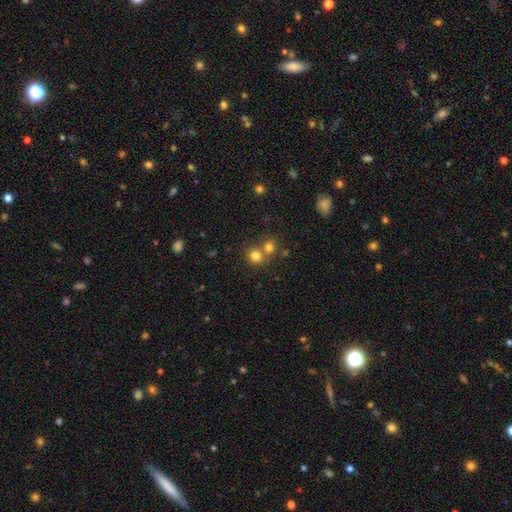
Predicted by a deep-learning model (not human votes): smooth 78%, star or artifact 15%, featured or disk 8%. Down the decision tree: how rounded — round (88%); merging — none (53%).